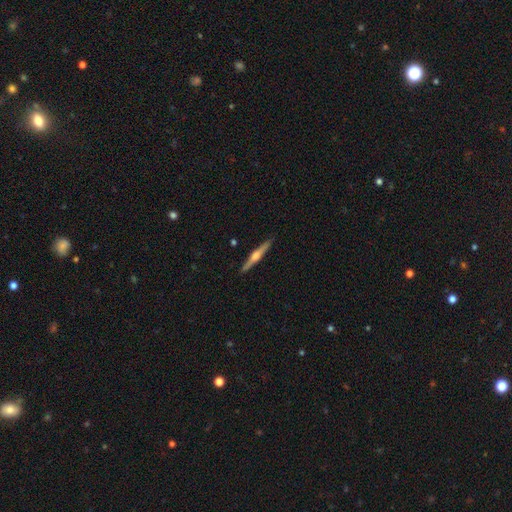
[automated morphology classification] A featured or disk galaxy (75%) viewed edge-on (98%) with a rounded central bulge (88%).

Vote fractions:
- Smooth or featured? featured or disk: 75% / smooth: 20% / star or artifact: 5%
- Edge-on disk? yes: 98% / no: 2%
- Edge-on bulge? rounded: 88% / boxy: 8% / none: 4%
- Merging? none: 92% / minor disturbance: 6% / major disturbance: 1% / merger: 1%